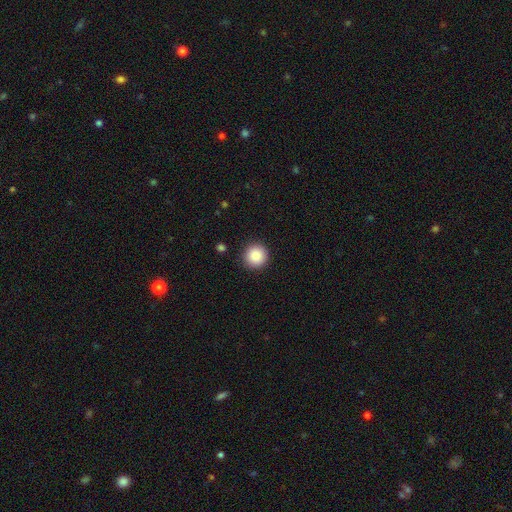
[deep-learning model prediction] A smooth galaxy with no disk features (87%) that is round (95%). Merging: none (91%).